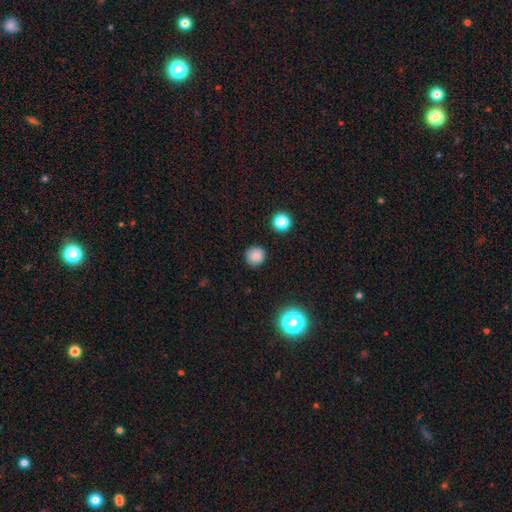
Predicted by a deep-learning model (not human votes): Q: Smooth or featured?
A: smooth (83%); runner-up: star or artifact (13%)
Q: How rounded?
A: round (94%); runner-up: in between (5%)
Q: Merging?
A: none (90%); runner-up: minor disturbance (7%)